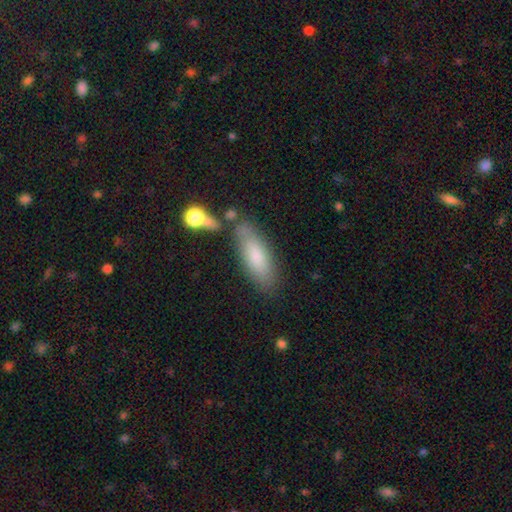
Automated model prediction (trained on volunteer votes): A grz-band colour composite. It shows a smooth galaxy with no disk features (76%) that is in between round and cigar-shaped (60%). Merging: none (69%).